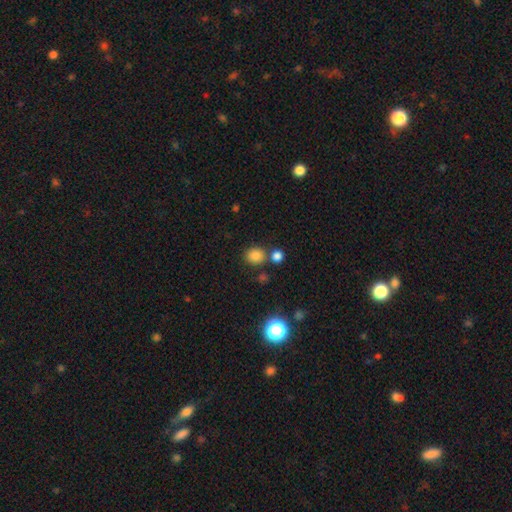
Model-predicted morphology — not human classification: smooth_or_featured: smooth (p=0.82) [alt: star or artifact p=0.14]
how_rounded: round (p=0.70) [alt: in between p=0.29]
merging: none (p=0.71) [alt: merger p=0.16]